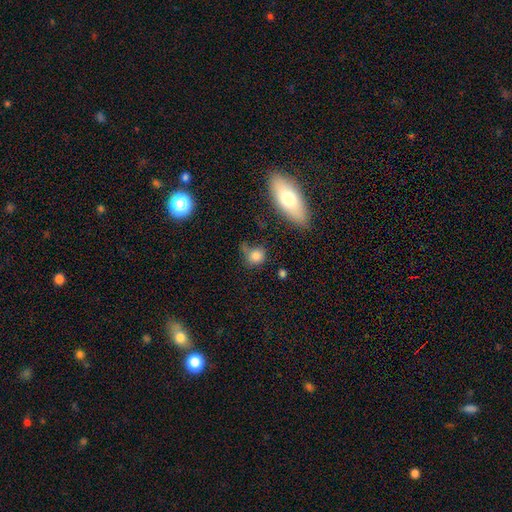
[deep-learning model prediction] This appears to be a smooth galaxy with no disk features (80%) that is round (67%). Merging: none (50%).